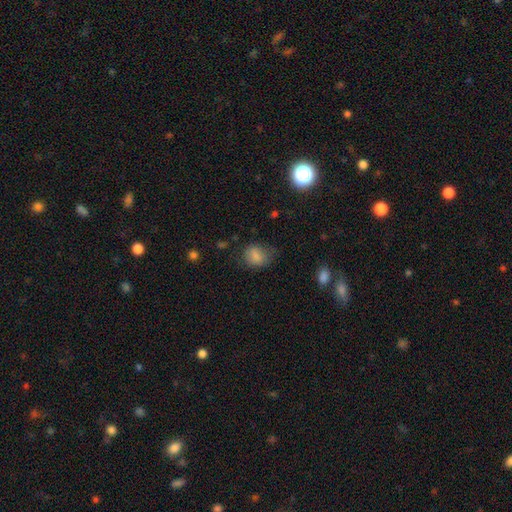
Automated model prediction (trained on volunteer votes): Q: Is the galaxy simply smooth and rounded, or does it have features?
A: smooth — 81%.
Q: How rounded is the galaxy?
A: in between — 55%.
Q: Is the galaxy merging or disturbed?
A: none — 56%.